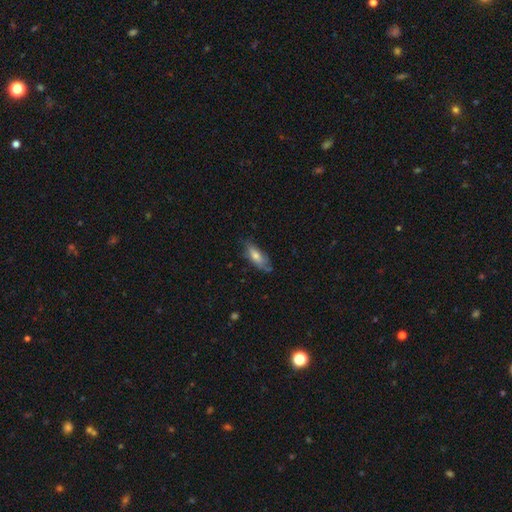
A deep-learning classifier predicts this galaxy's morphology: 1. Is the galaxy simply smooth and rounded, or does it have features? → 66% smooth, 27% featured or disk, 7% star or artifact.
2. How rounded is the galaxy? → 66% in between, 32% cigar-shaped, 2% round.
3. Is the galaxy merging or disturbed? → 65% none, 27% minor disturbance, 6% major disturbance, 2% merger.